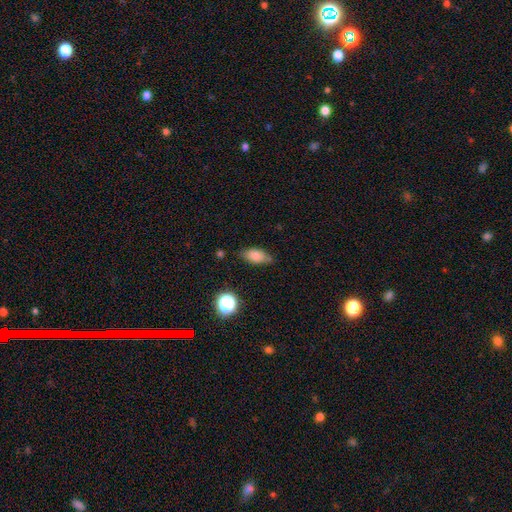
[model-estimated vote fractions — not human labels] Overall: smooth (81%). How rounded: in between (86%). Merging: none (71%).